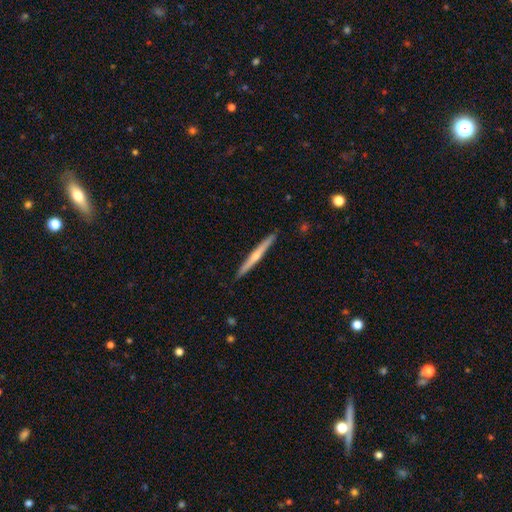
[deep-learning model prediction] Overall: featured or disk (62%; smooth 32%). Edge-on disk: yes (98%). Edge-on bulge: rounded (70%). Merging: none (91%).